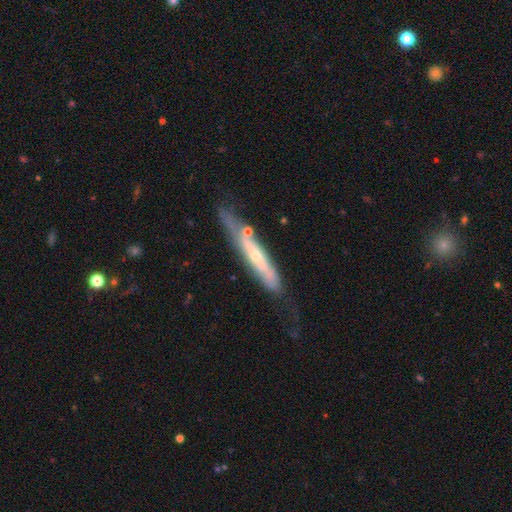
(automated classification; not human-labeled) A featured or disk galaxy (67%) viewed edge-on (59%).

Vote fractions:
- Smooth or featured? featured or disk: 67% / smooth: 27% / star or artifact: 6%
- Edge-on disk? yes: 59% / no: 41%
- Merging? none: 54% / minor disturbance: 26% / major disturbance: 11% / merger: 8%